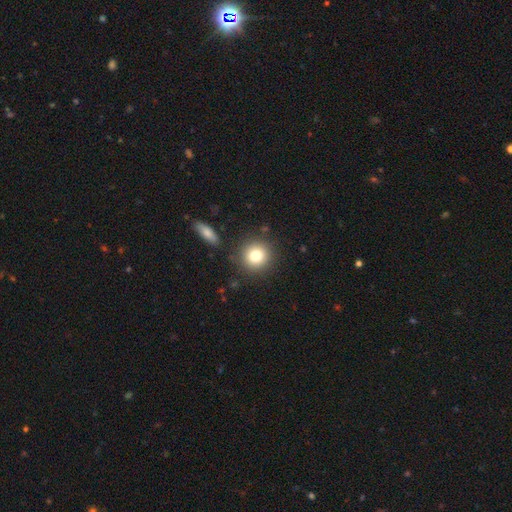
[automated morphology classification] Q: Smooth or featured?
A: smooth (80%); runner-up: star or artifact (11%)
Q: How rounded?
A: round (92%); runner-up: in between (7%)
Q: Merging?
A: none (86%); runner-up: minor disturbance (8%)